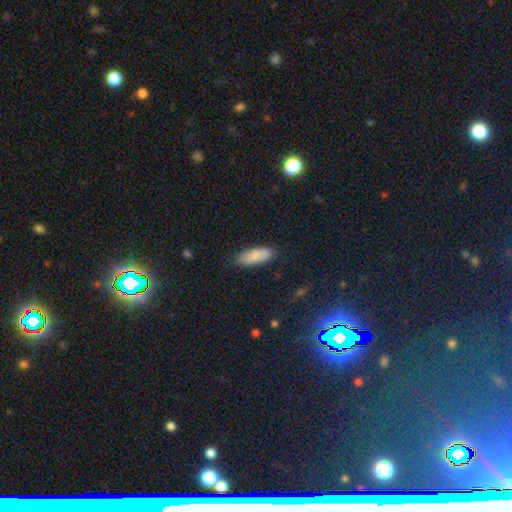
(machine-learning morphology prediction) A smooth galaxy with no disk features (83%) that is in between round and cigar-shaped (73%). Merging: none (83%).